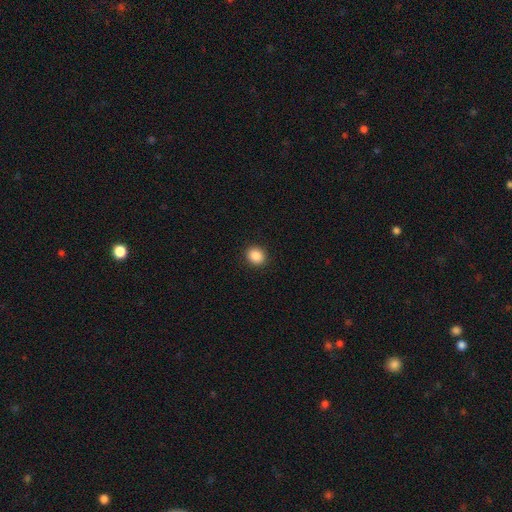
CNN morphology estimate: smooth 88%, star or artifact 9%, featured or disk 3%. Down the decision tree: how rounded — round (71%); merging — none (92%).